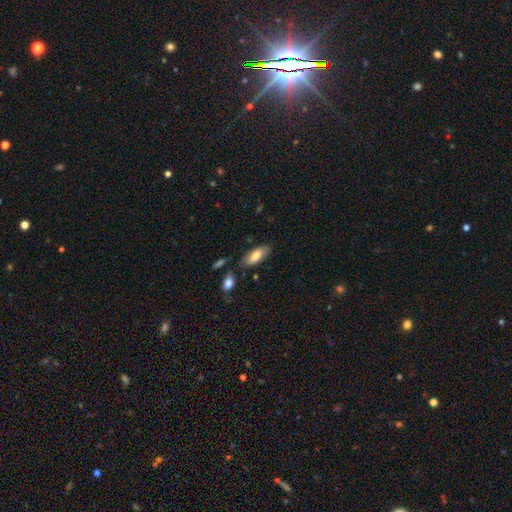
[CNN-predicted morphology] This appears to be a smooth galaxy with no disk features (75%) that is in between round and cigar-shaped (82%). Merging: none (77%).